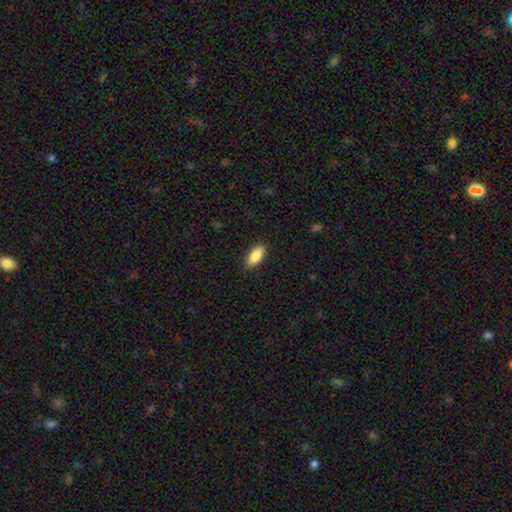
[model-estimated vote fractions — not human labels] Morphology: type=smooth (86%); roundness=in between (87%); merging=none (88%).